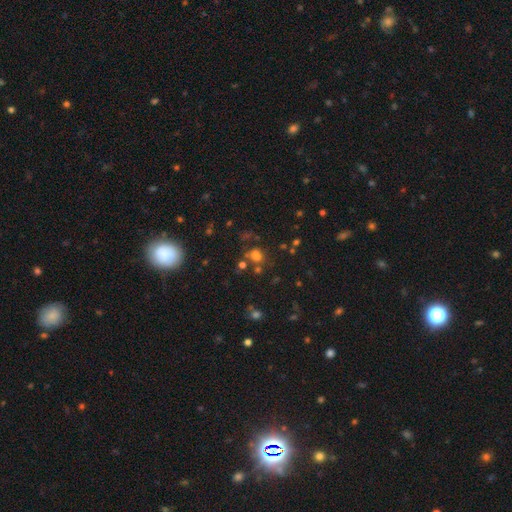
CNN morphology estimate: The model was most divided on "how rounded": round: 59%, in between: 39%, cigar-shaped: 2%. More confident: smooth or featured — smooth (59%); merging — none (57%).